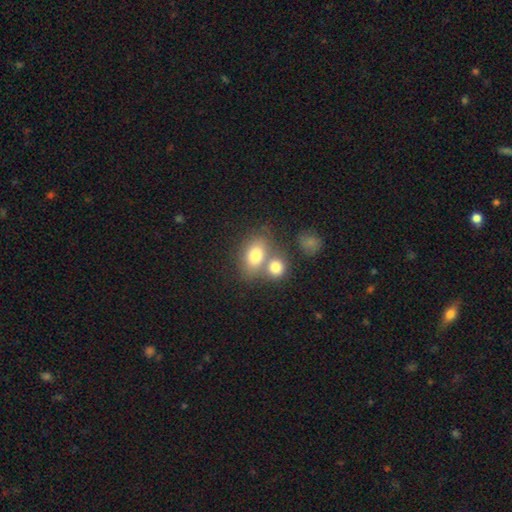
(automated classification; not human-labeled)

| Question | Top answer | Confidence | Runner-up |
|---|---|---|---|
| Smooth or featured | smooth | 77% | featured or disk (13%) |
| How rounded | in between | 75% | round (23%) |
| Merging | merger | 47% | none (39%) |